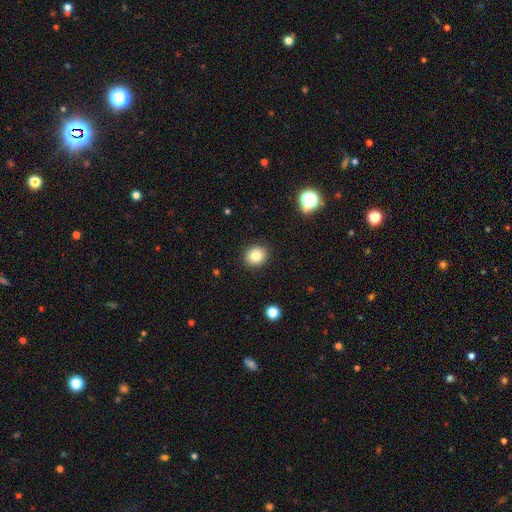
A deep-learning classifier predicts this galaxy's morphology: smooth 81%, star or artifact 11%, featured or disk 8%. Down the decision tree: how rounded — round (75%); merging — none (91%).